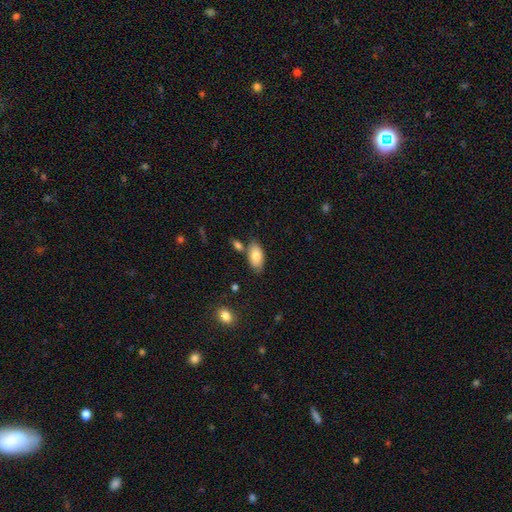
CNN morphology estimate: smooth-or-featured: smooth: 80% | featured or disk: 13% | star or artifact: 6%
  how-rounded: in between: 94% | cigar-shaped: 3% | round: 3%
  merging: none: 73% | minor disturbance: 14% | merger: 10% | major disturbance: 3%